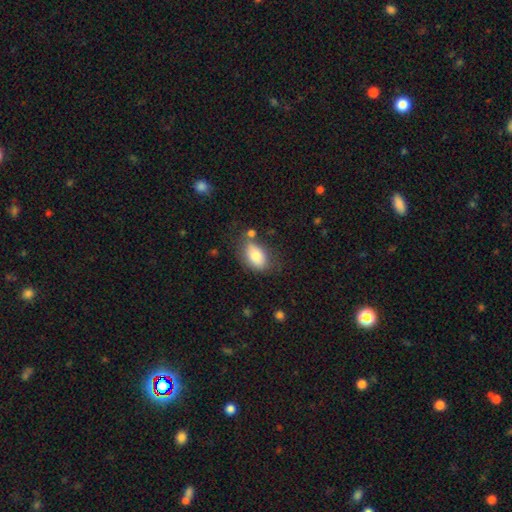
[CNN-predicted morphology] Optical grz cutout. It shows a smooth galaxy with no disk features (80%) that is in between round and cigar-shaped (89%). Merging: none (63%).